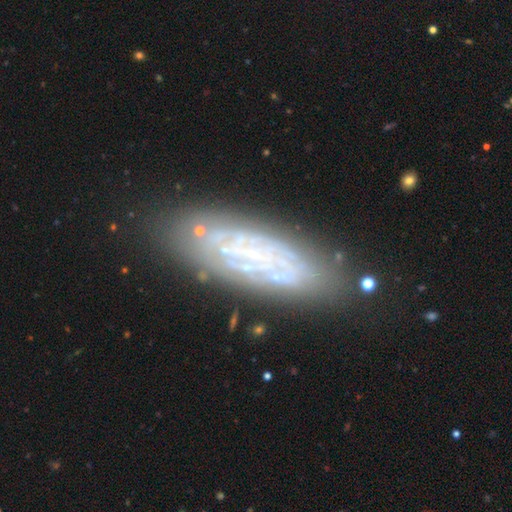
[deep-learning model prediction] featured or disk 70%, smooth 19%, star or artifact 11%. Down the decision tree: edge-on disk — no (81%); bar — no (76%); spiral arms — yes (65%); bulge size — small (60%); merging — none (78%).